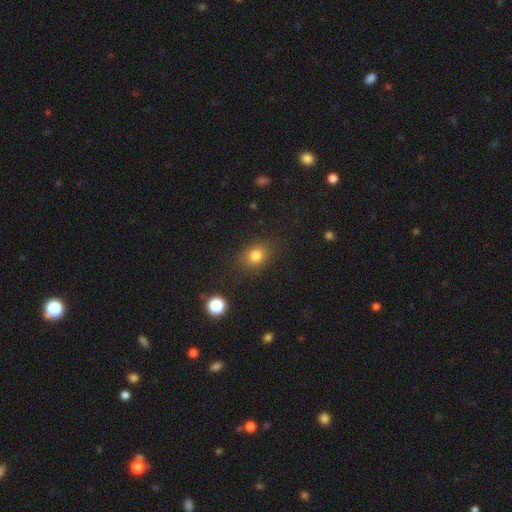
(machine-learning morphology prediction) Q: Smooth or featured?
A: smooth (80%); runner-up: star or artifact (13%)
Q: How rounded?
A: in between (51%); runner-up: round (48%)
Q: Merging?
A: none (84%); runner-up: minor disturbance (11%)